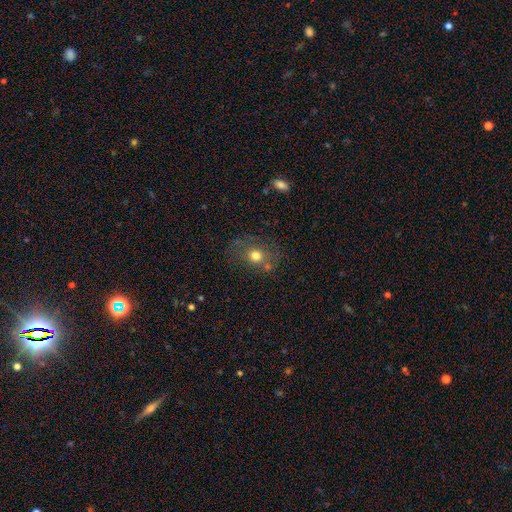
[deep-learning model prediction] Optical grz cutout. It shows a smooth galaxy with no disk features (66%) that is round (63%). Merging: none (62%).